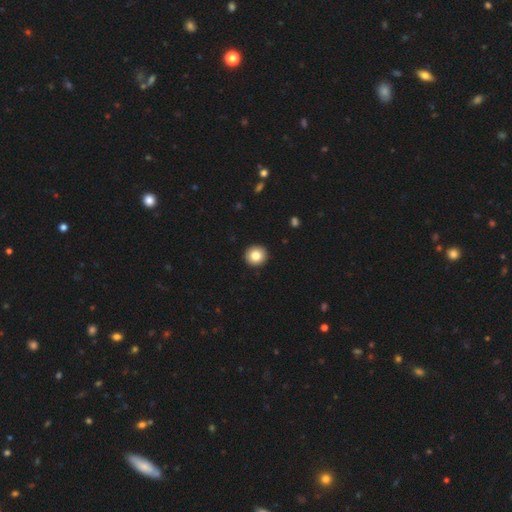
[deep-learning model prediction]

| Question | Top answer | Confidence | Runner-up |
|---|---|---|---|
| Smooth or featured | smooth | 83% | star or artifact (9%) |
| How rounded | round | 93% | in between (6%) |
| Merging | none | 94% | minor disturbance (4%) |